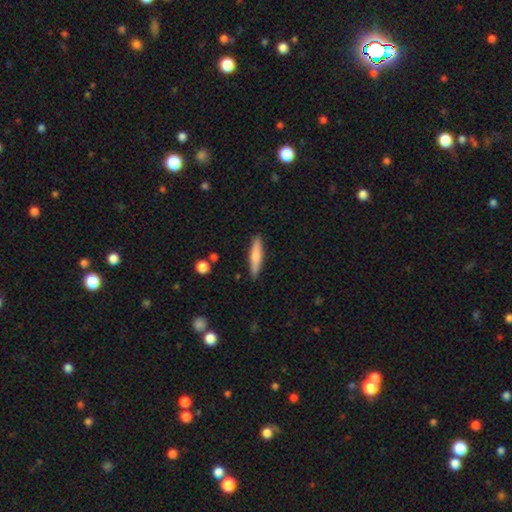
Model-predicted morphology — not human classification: smooth-or-featured: smooth: 67% | featured or disk: 27% | star or artifact: 6%
  how-rounded: cigar-shaped: 83% | in between: 16% | round: 2%
  merging: none: 88% | minor disturbance: 8% | major disturbance: 2% | merger: 2%